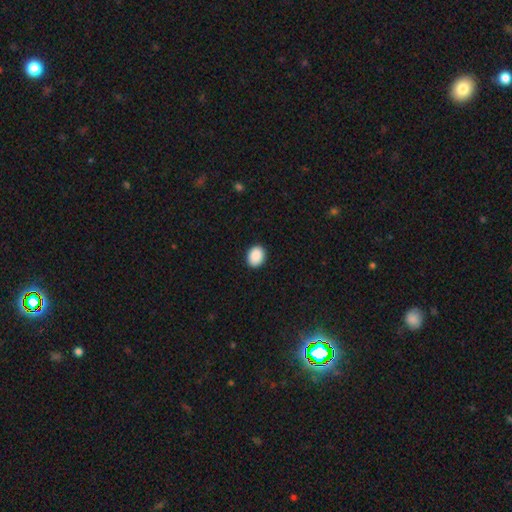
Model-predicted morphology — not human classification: Q: Smooth or featured?
A: smooth (91%); runner-up: star or artifact (7%)
Q: How rounded?
A: in between (64%); runner-up: round (36%)
Q: Merging?
A: none (91%); runner-up: minor disturbance (6%)